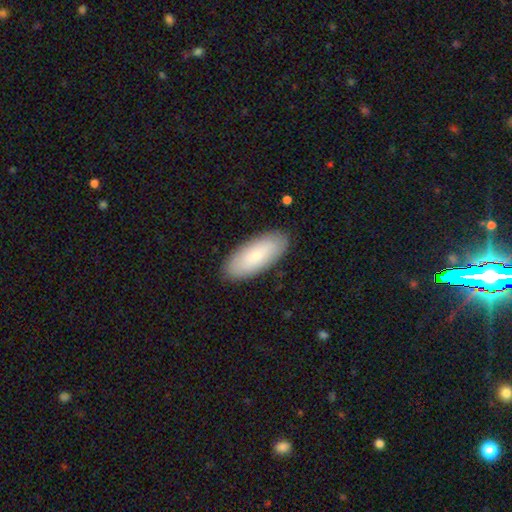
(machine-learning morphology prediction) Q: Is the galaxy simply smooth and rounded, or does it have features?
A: smooth — 78%.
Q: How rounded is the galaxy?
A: in between — 83%.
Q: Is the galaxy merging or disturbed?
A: none — 88%.